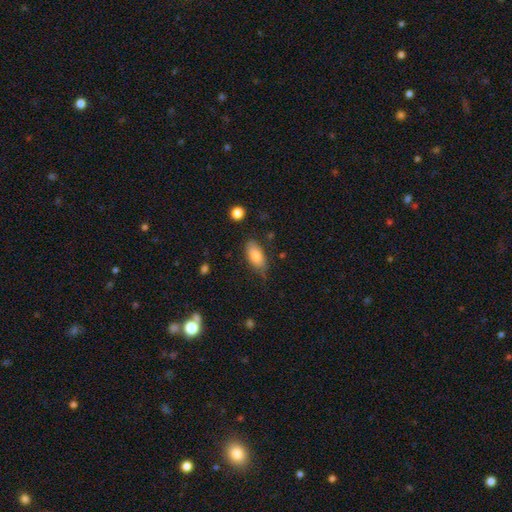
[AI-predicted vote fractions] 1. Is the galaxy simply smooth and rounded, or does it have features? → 78% smooth, 15% featured or disk, 7% star or artifact.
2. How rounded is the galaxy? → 91% in between, 6% cigar-shaped, 3% round.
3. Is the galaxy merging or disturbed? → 64% none, 28% minor disturbance, 6% major disturbance, 2% merger.